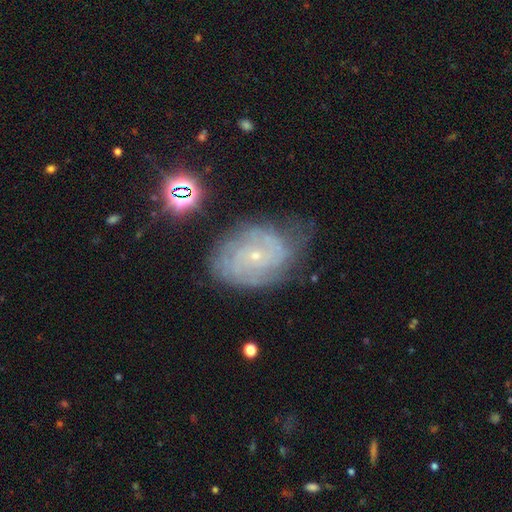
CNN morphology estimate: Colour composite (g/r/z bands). It shows a featured or disk galaxy (76%) with no bar (79%), tight (68%) spiral arms (89%) and a small central bulge (86%). Merging: none (59%).